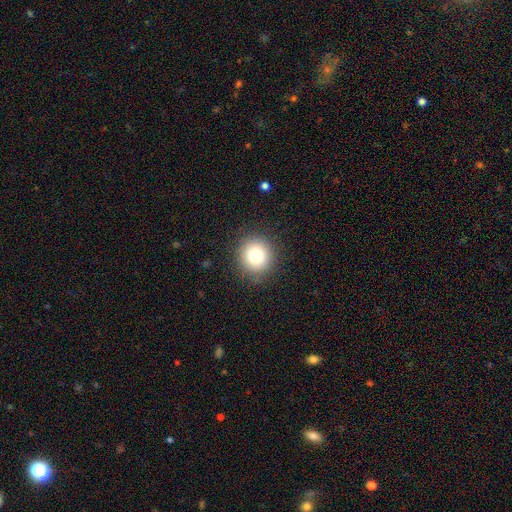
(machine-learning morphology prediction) The model was most divided on "smooth or featured": smooth: 81%, star or artifact: 11%, featured or disk: 8%. More confident: how rounded — round (90%); merging — none (88%).